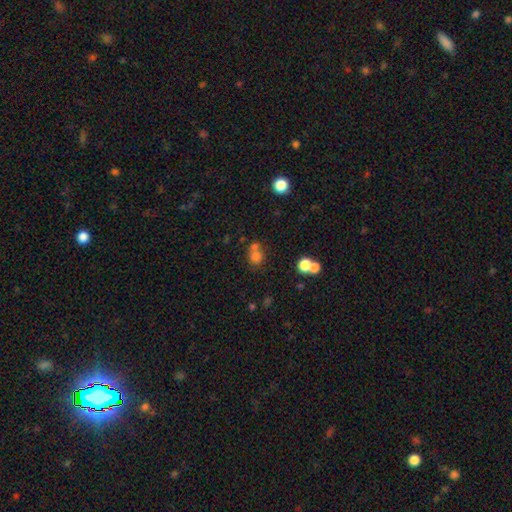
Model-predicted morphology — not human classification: Smooth or featured?
  - smooth: 72% *
  - star or artifact: 17%
  - featured or disk: 11%
How rounded?
  - round: 80% *
  - in between: 19%
  - cigar-shaped: 1%
Merging?
  - none: 46% *
  - merger: 41%
  - minor disturbance: 8%
  - major disturbance: 5%